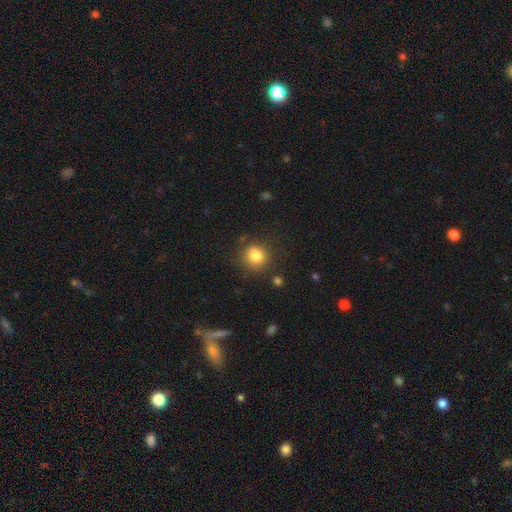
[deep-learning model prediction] A smooth galaxy with no disk features (82%) that is round (86%). Merging: none (81%).